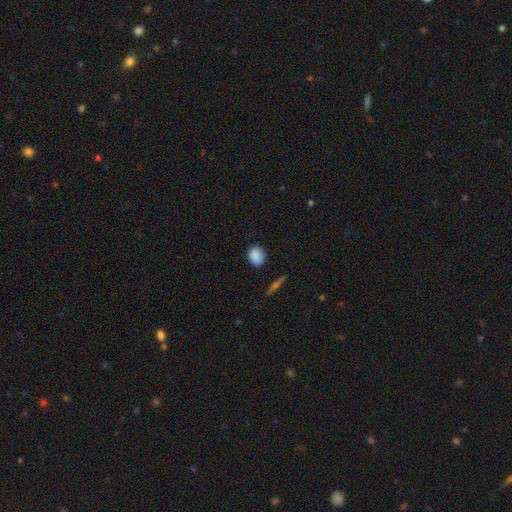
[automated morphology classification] Smooth or featured? Predicted: smooth (p=0.88). How rounded? Predicted: round (p=0.57). Merging? Predicted: none (p=0.86).